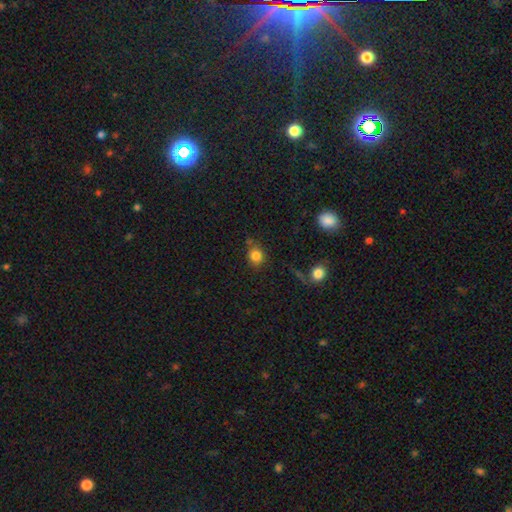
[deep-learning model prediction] Smooth or featured: smooth — 83% (star or artifact — 11%)
How rounded: round — 77% (in between — 22%)
Merging: none — 72% (minor disturbance — 16%)